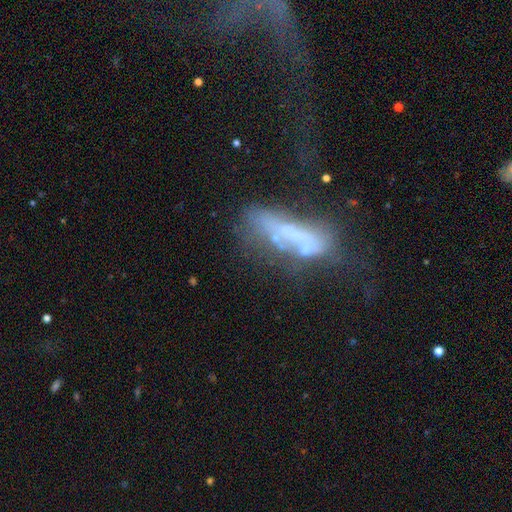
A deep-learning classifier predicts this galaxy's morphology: This is possibly a featured or disk galaxy (46%). Merging: marginally major disturbance (40%).